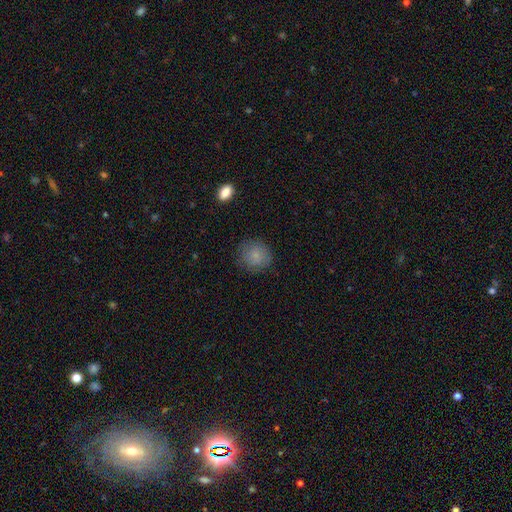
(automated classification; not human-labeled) Smooth or featured: smooth — 82% (featured or disk — 10%)
How rounded: round — 89% (in between — 10%)
Merging: none — 82% (minor disturbance — 13%)